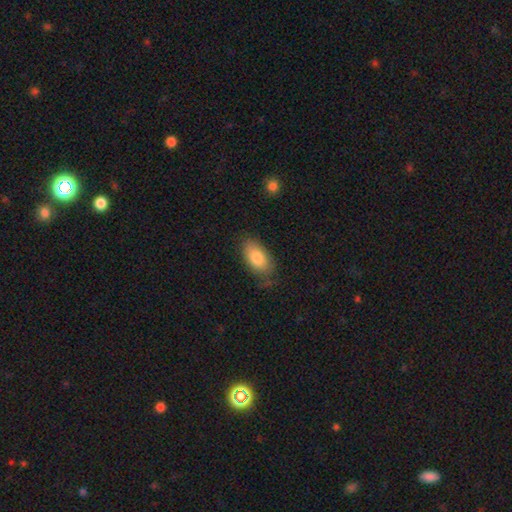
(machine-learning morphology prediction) Smooth or featured? Predicted: smooth (p=0.81). How rounded? Predicted: in between (p=0.92). Merging? Predicted: none (p=0.72).